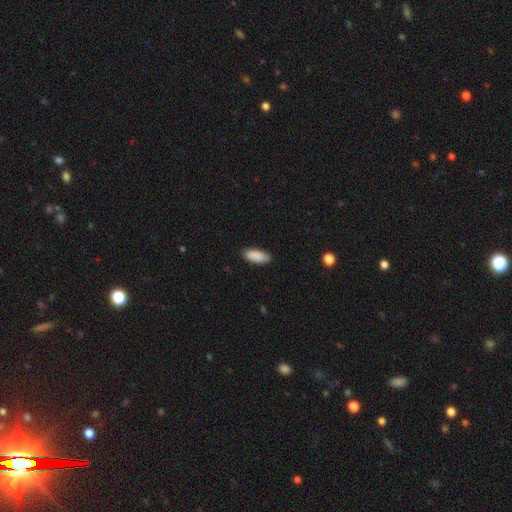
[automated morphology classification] smooth_or_featured: smooth (p=0.90) [alt: star or artifact p=0.06]
how_rounded: in between (p=0.84) [alt: cigar-shaped p=0.14]
merging: none (p=0.84) [alt: minor disturbance p=0.13]